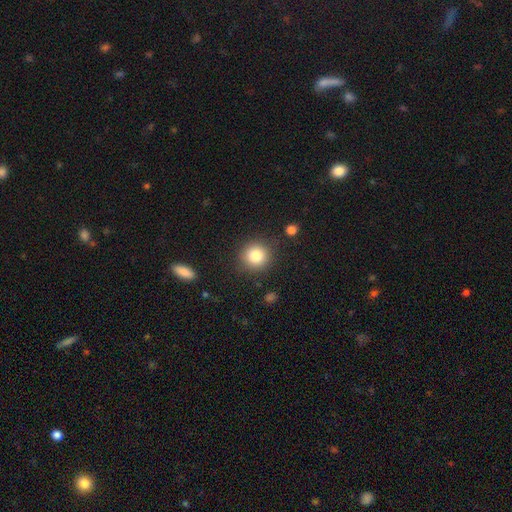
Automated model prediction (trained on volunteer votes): This is clearly a smooth galaxy (83%). How rounded: clearly round (91%). Merging: clearly none (88%).